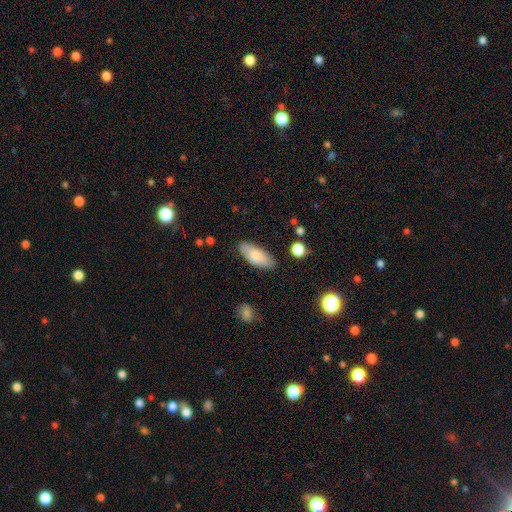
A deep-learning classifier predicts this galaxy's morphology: type=smooth (78%); roundness=in between (85%); merging=none (81%).